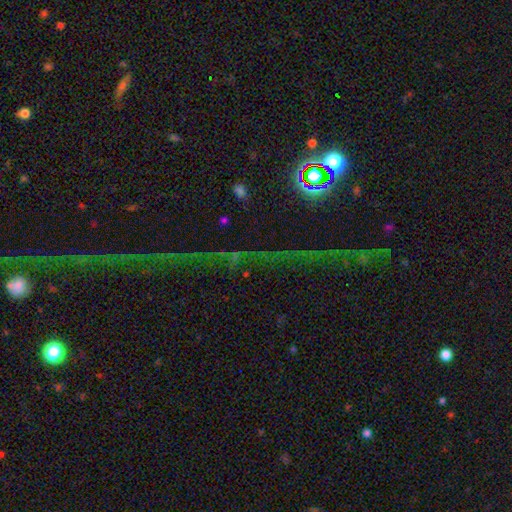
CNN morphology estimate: Q: Smooth or featured?
A: star or artifact (79%); runner-up: featured or disk (11%)